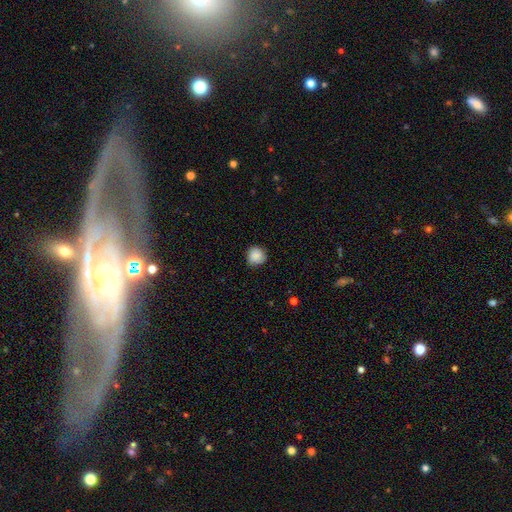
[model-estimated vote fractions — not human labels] A smooth galaxy with no disk features (88%) that is round (92%). Merging: none (85%).